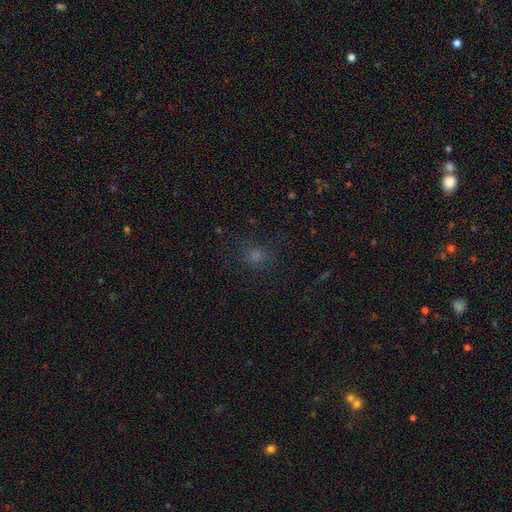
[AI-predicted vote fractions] Overall: smooth (65%; star or artifact 26%). How rounded: round (78%). Merging: none (77%).